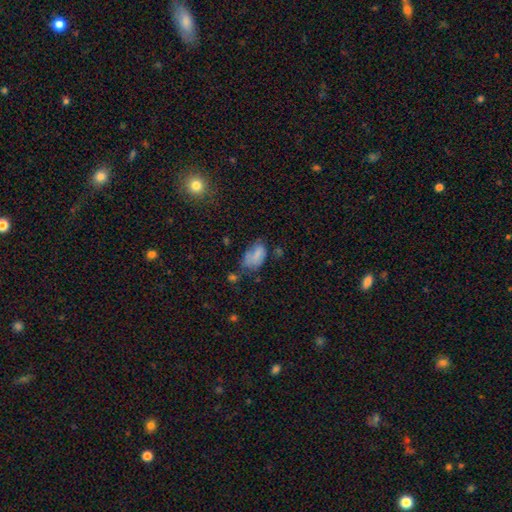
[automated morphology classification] Overall: smooth (70%). How rounded: in between (91%). Merging: none (35%; minor disturbance 33%).